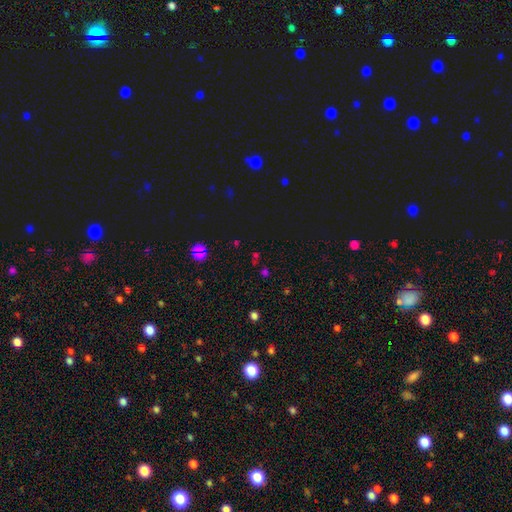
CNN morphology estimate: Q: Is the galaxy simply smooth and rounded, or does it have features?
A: star or artifact — 61%.